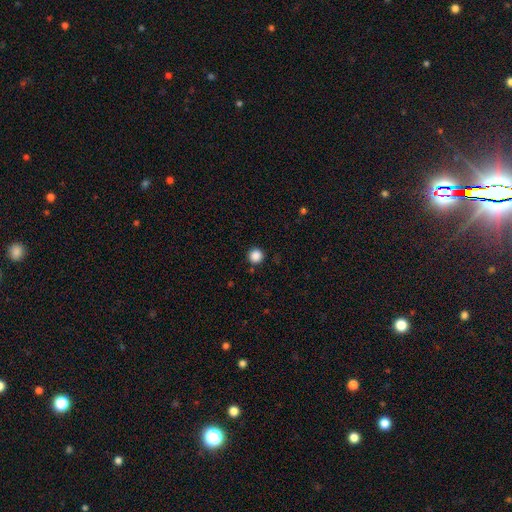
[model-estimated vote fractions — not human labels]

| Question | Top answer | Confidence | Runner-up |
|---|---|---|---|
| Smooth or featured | smooth | 87% | star or artifact (11%) |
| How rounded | round | 95% | in between (4%) |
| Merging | none | 91% | minor disturbance (6%) |